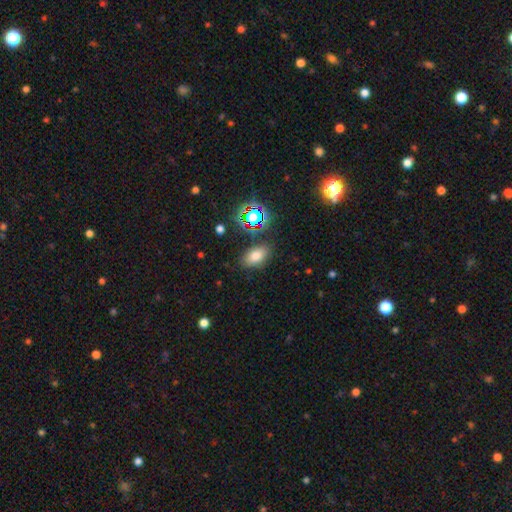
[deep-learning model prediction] Smooth or featured? smooth (72%)
How rounded? in between (88%)
Merging? none (81%)